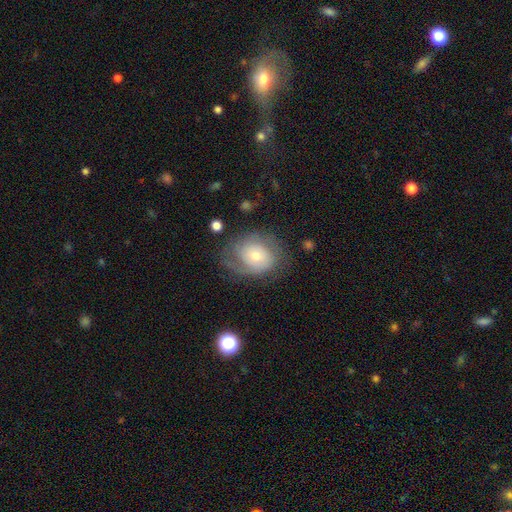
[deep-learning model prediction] smooth_or_featured: featured or disk (p=0.59) [alt: smooth p=0.32]
disk_edge_on: no (p=0.96) [alt: yes p=0.04]
bar: no (p=0.77) [alt: weak p=0.19]
has_spiral_arms: yes (p=0.80) [alt: no p=0.20]
bulge_size: small (p=0.47) [alt: moderate p=0.45]
merging: none (p=0.62) [alt: minor disturbance p=0.21]